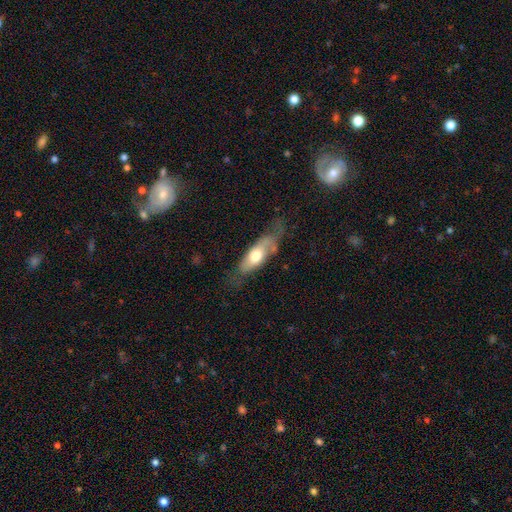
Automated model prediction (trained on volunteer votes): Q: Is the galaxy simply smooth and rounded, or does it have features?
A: smooth — 58%.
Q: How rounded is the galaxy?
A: in between — 65%.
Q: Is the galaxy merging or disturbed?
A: none — 48%.